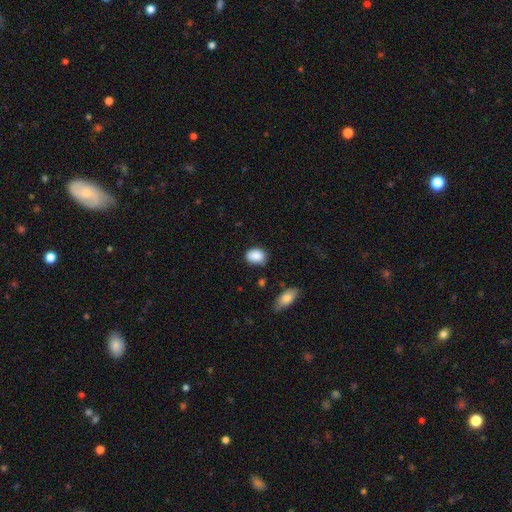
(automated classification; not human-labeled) This is clearly a smooth galaxy (88%). How rounded: likely in between (67%). Merging: likely none (75%).